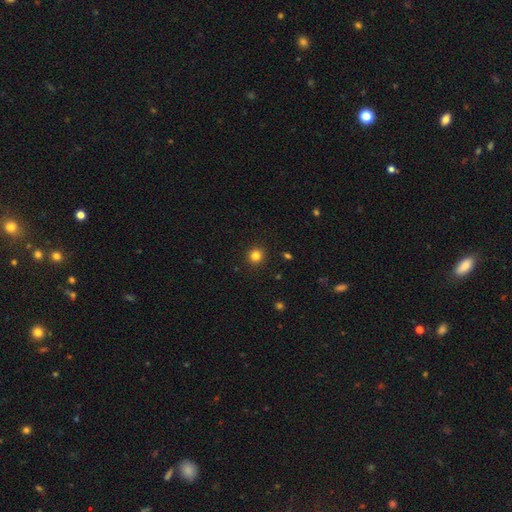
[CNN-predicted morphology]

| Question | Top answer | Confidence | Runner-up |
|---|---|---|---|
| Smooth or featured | smooth | 83% | star or artifact (13%) |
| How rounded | round | 93% | in between (6%) |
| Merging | none | 92% | minor disturbance (5%) |